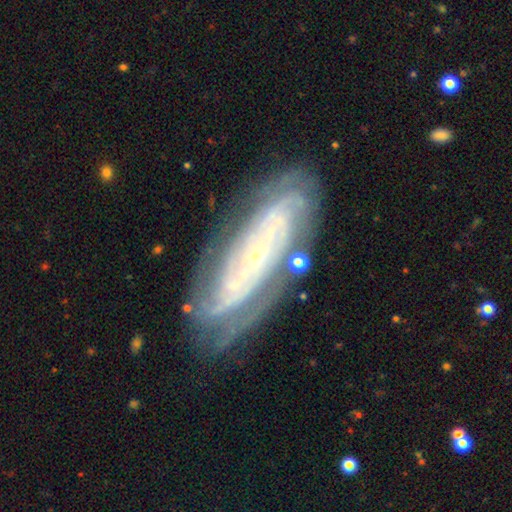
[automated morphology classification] Smooth or featured: featured or disk — 85% (smooth — 9%)
Edge-on disk: no — 89% (yes — 11%)
Bar: no — 71% (weak — 17%)
Spiral arms: yes — 95% (no — 5%)
Spiral winding: tight — 79% (medium — 17%)
Spiral arm count: can't tell — 38% (2 — 16%)
Bulge size: small — 87% (moderate — 8%)
Merging: none — 78% (minor disturbance — 15%)